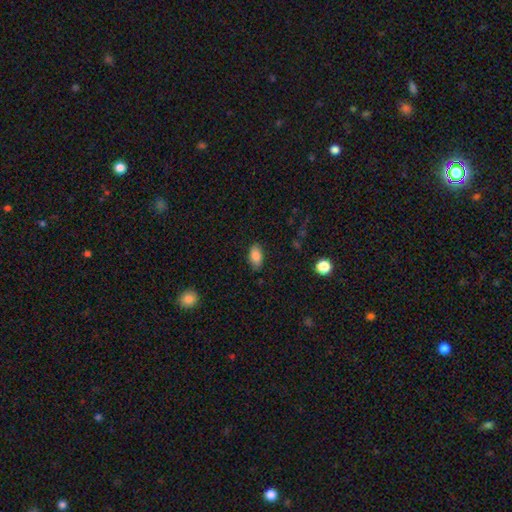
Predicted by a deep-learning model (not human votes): This is clearly a smooth galaxy (85%). How rounded: clearly in between (91%). Merging: clearly none (81%).